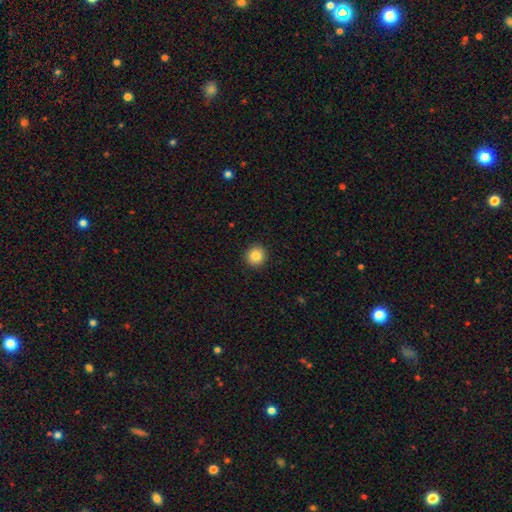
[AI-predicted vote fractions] This appears to be a smooth galaxy with no disk features (84%) that is round (92%). Merging: none (92%).